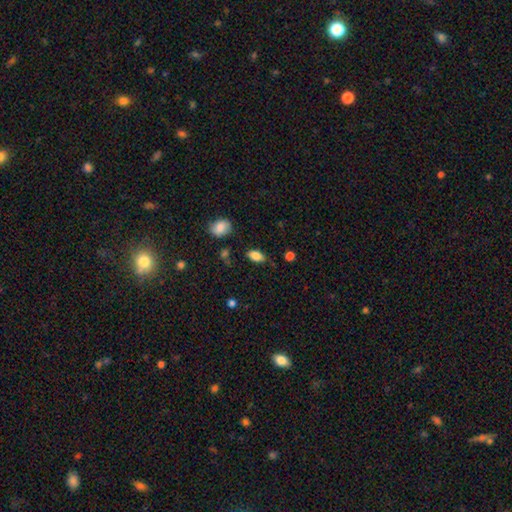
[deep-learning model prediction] Overall: smooth (83%). How rounded: in between (90%). Merging: none (77%).